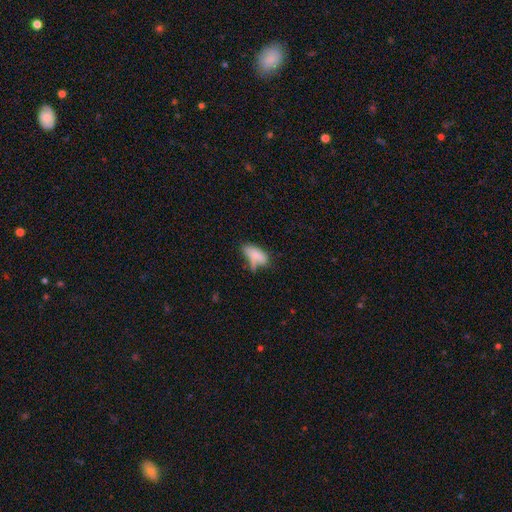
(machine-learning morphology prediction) Smooth or featured: smooth — 78% (featured or disk — 13%)
How rounded: in between — 83% (cigar-shaped — 13%)
Merging: none — 40% (minor disturbance — 24%)